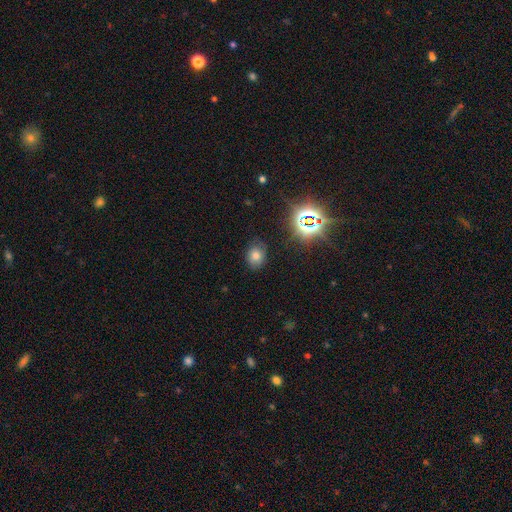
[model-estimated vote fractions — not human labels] smooth_or_featured: smooth (p=0.68) [alt: star or artifact p=0.21]
how_rounded: in between (p=0.52) [alt: round p=0.47]
merging: none (p=0.79) [alt: minor disturbance p=0.15]